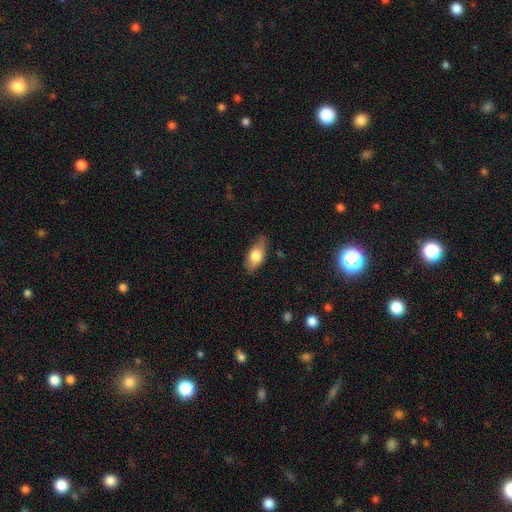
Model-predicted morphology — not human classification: A smooth galaxy with no disk features (73%) that is in between round and cigar-shaped (87%).

Vote fractions:
- Smooth or featured? smooth: 73% / featured or disk: 20% / star or artifact: 7%
- How rounded? in between: 87% / cigar-shaped: 8% / round: 5%
- Merging? none: 77% / minor disturbance: 19% / major disturbance: 3% / merger: 1%